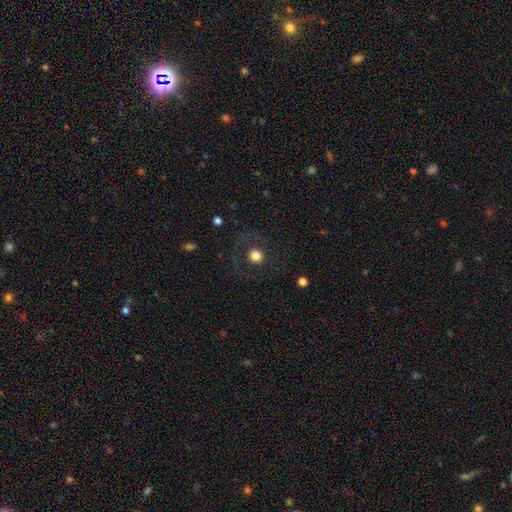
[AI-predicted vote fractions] A smooth galaxy with no disk features (75%) that is round (92%).

Vote fractions:
- Smooth or featured? smooth: 75% / featured or disk: 13% / star or artifact: 12%
- How rounded? round: 92% / in between: 7% / cigar-shaped: 1%
- Merging? none: 79% / major disturbance: 10% / minor disturbance: 9% / merger: 1%